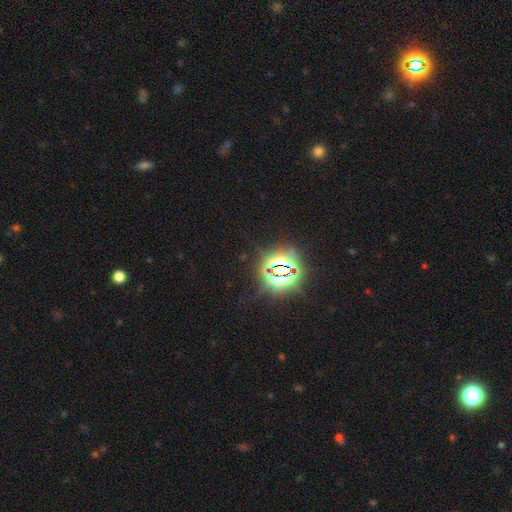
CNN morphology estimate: Q: Smooth or featured?
A: star or artifact (80%); runner-up: smooth (14%)